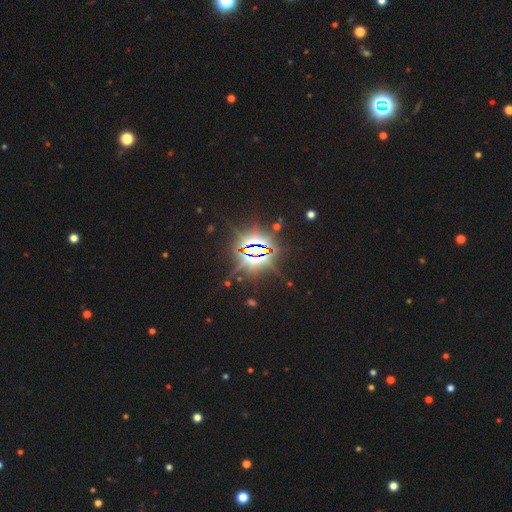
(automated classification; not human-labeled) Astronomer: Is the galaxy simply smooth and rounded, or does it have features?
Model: star or artifact — 85%.